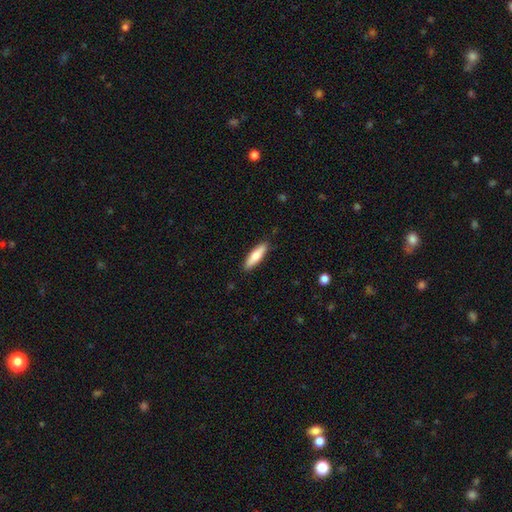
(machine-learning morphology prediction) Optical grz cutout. It shows a smooth galaxy with no disk features (74%) that is cigar-shaped (66%). Merging: none (88%).